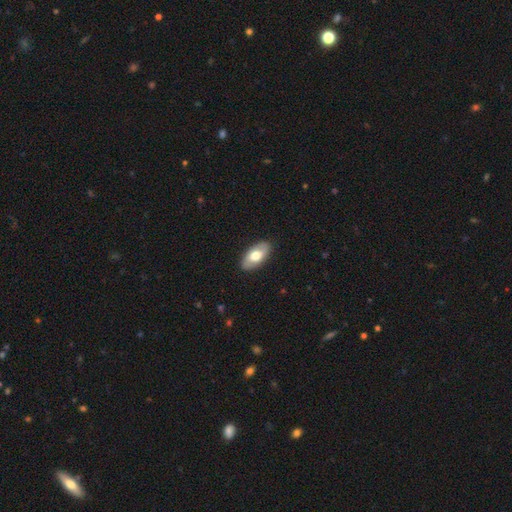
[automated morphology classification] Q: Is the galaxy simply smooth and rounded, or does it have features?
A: smooth — 65%.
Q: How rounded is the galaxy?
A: in between — 93%.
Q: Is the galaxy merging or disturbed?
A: none — 88%.